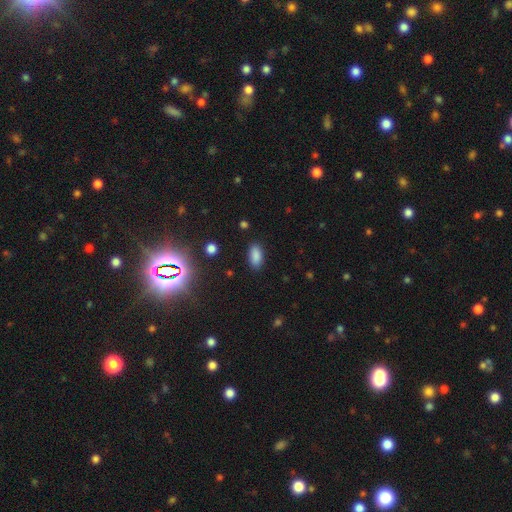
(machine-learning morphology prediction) Smooth or featured? Predicted: smooth (p=0.85). How rounded? Predicted: in between (p=0.91). Merging? Predicted: none (p=0.87).